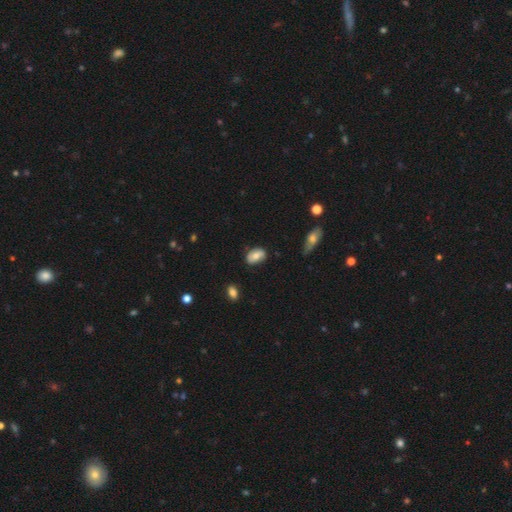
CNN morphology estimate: A smooth galaxy with no disk features (72%) that is in between round and cigar-shaped (89%).

Vote fractions:
- Smooth or featured? smooth: 72% / featured or disk: 21% / star or artifact: 7%
- How rounded? in between: 89% / round: 9% / cigar-shaped: 2%
- Merging? none: 75% / minor disturbance: 19% / major disturbance: 4% / merger: 2%